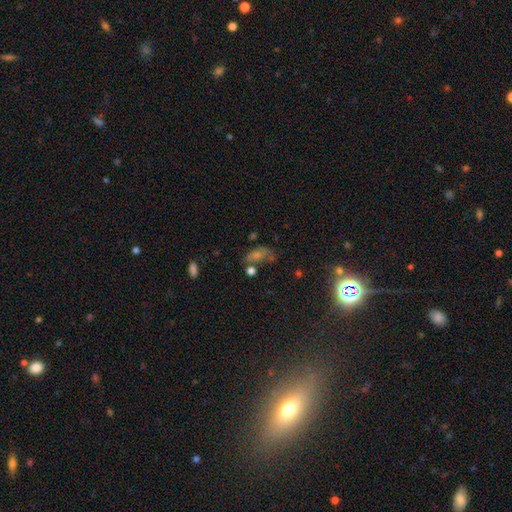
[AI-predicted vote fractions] Morphology: type=smooth (38%); merging=none (42%).